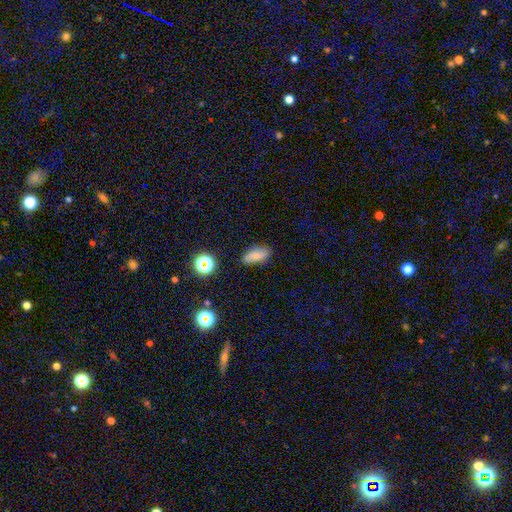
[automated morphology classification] smooth-or-featured: smooth: 72% | featured or disk: 16% | star or artifact: 12%
  how-rounded: in between: 85% | cigar-shaped: 10% | round: 5%
  merging: none: 80% | minor disturbance: 15% | major disturbance: 3% | merger: 2%